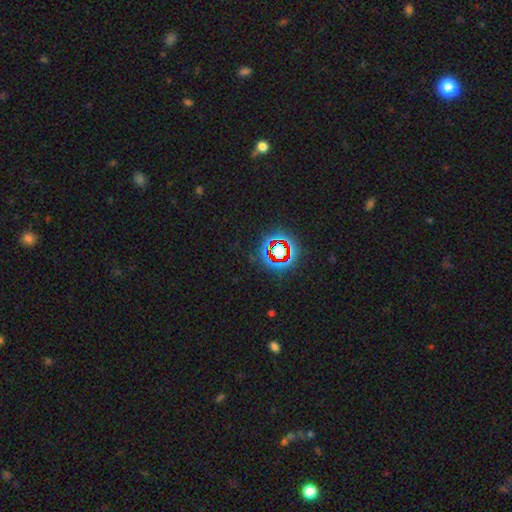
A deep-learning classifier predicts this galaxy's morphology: Smooth or featured: star or artifact — 75% (smooth — 13%)